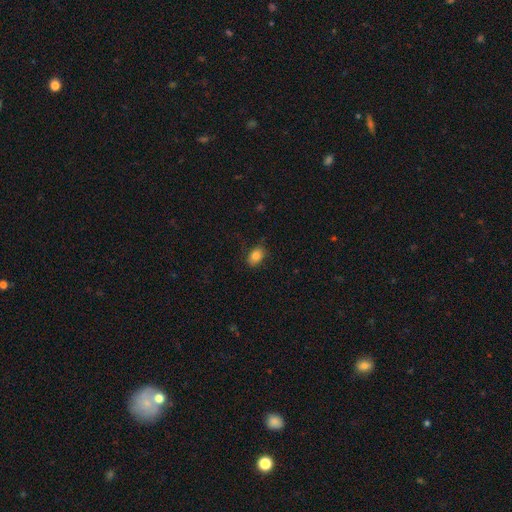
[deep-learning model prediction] Q: Smooth or featured?
A: smooth (84%); runner-up: star or artifact (10%)
Q: How rounded?
A: in between (82%); runner-up: round (17%)
Q: Merging?
A: none (79%); runner-up: minor disturbance (16%)